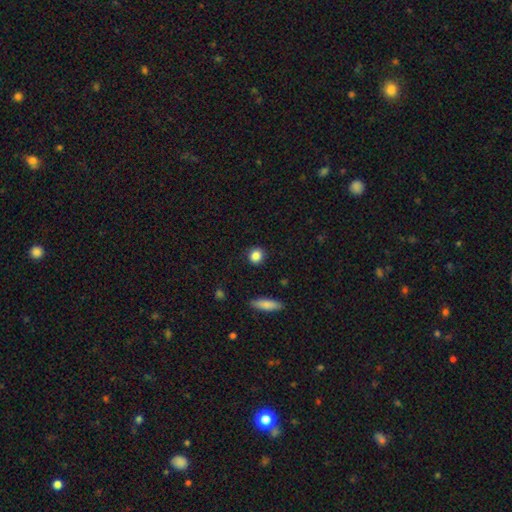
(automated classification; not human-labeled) Overall: smooth (86%). How rounded: round (85%). Merging: none (89%).